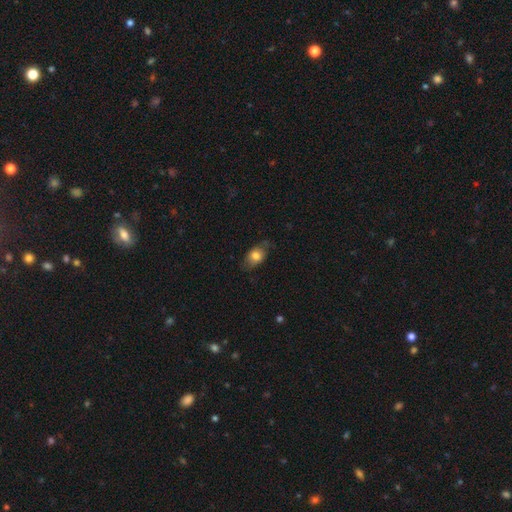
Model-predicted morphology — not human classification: Smooth or featured? smooth (75%)
How rounded? in between (81%)
Merging? none (67%)